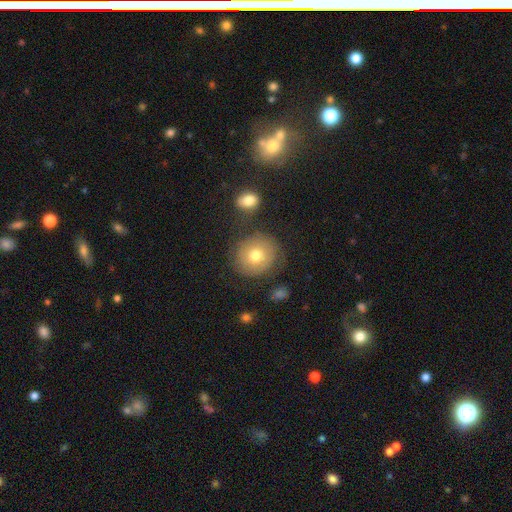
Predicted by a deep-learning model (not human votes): This is likely a smooth galaxy (70%). How rounded: clearly round (85%). Merging: likely none (73%).